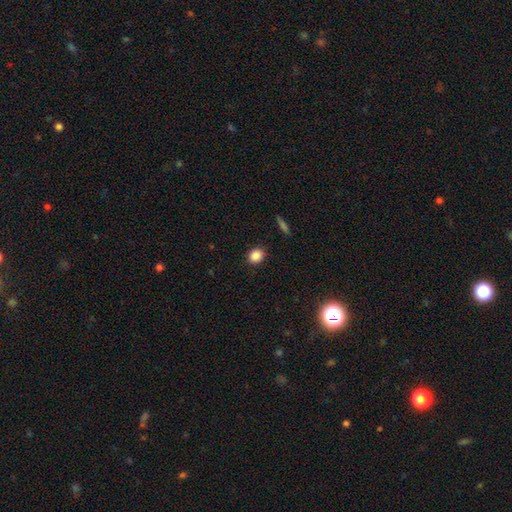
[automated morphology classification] type=smooth (87%); roundness=round (68%); merging=none (89%).